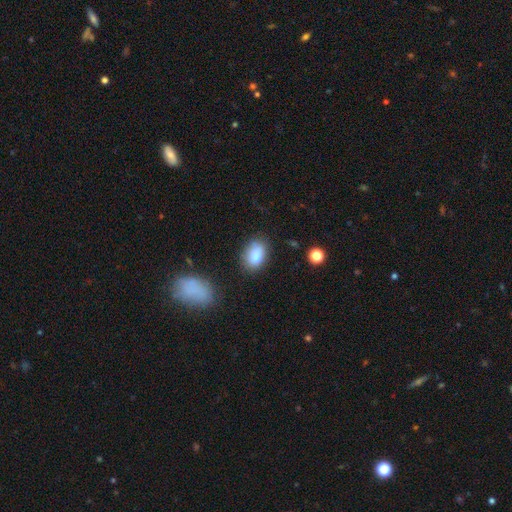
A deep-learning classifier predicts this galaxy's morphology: type=smooth (83%); roundness=in between (85%); merging=none (71%).